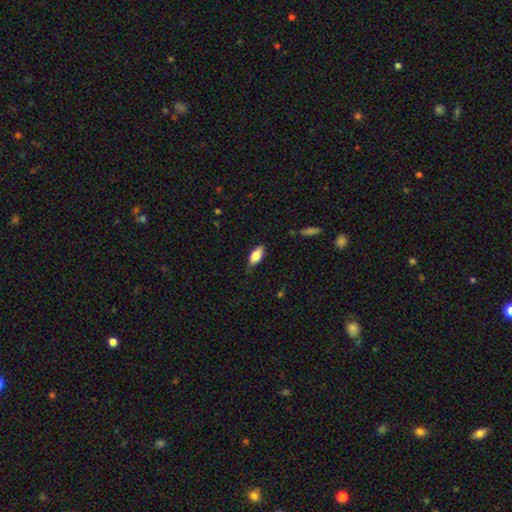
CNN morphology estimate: Smooth or featured? Predicted: smooth (p=0.77). How rounded? Predicted: in between (p=0.80). Merging? Predicted: none (p=0.76).